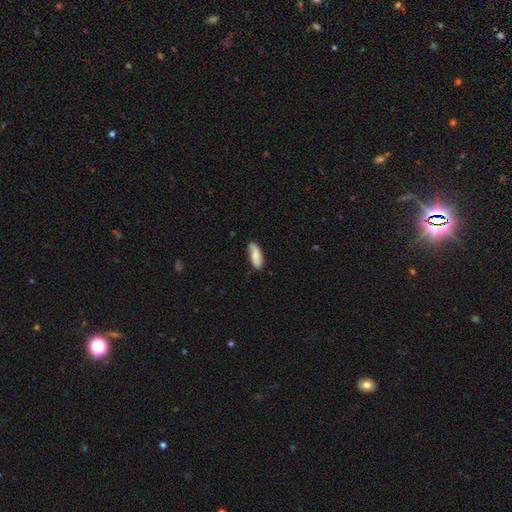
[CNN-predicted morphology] Smooth or featured: smooth — 81% (featured or disk — 13%)
How rounded: in between — 66% (cigar-shaped — 32%)
Merging: none — 67% (minor disturbance — 26%)